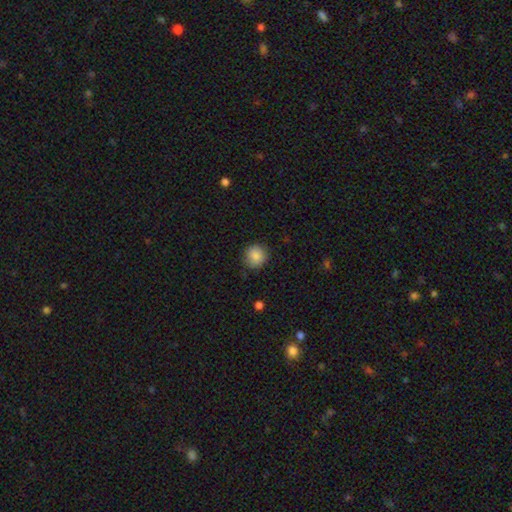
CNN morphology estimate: smooth_or_featured: smooth (p=0.87) [alt: star or artifact p=0.09]
how_rounded: round (p=0.91) [alt: in between p=0.08]
merging: none (p=0.85) [alt: minor disturbance p=0.12]